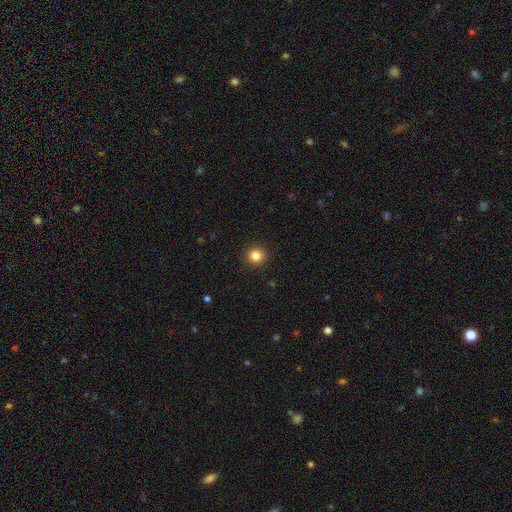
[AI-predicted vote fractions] The model was most divided on "smooth or featured": smooth: 85%, star or artifact: 11%, featured or disk: 4%. More confident: how rounded — round (93%); merging — none (92%).